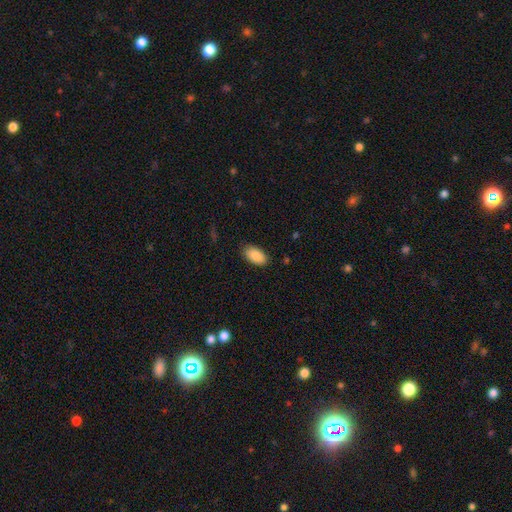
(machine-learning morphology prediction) Overall: smooth (88%). How rounded: in between (95%). Merging: none (87%).